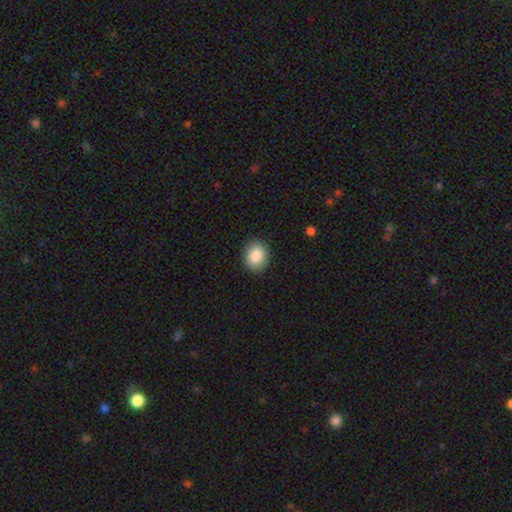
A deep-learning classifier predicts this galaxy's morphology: type=smooth (86%); roundness=round (59%); merging=none (90%).